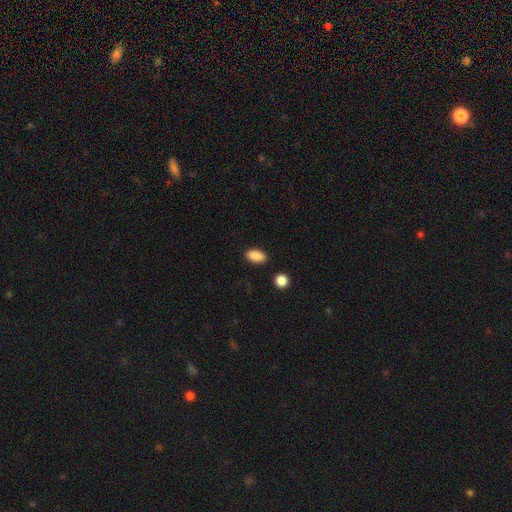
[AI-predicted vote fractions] Morphology: type=smooth (89%); roundness=in between (90%); merging=none (87%).